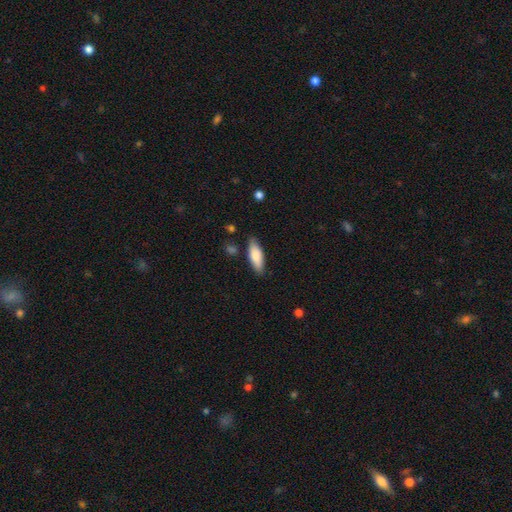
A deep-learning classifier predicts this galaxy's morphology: Smooth or featured? Predicted: smooth (p=0.79). How rounded? Predicted: in between (p=0.65). Merging? Predicted: none (p=0.83).